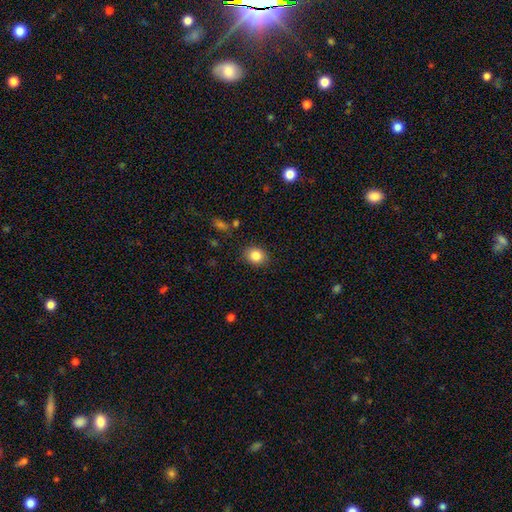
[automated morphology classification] A smooth galaxy with no disk features (85%) that is round (59%). Merging: none (86%).